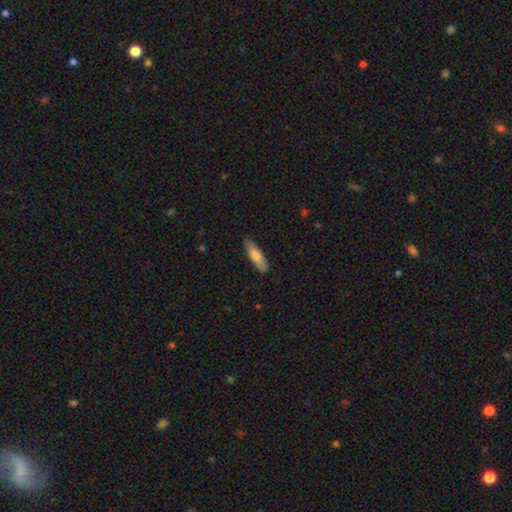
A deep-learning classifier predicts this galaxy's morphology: Smooth or featured: smooth — 75% (featured or disk — 20%)
How rounded: cigar-shaped — 60% (in between — 38%)
Merging: none — 86% (minor disturbance — 11%)